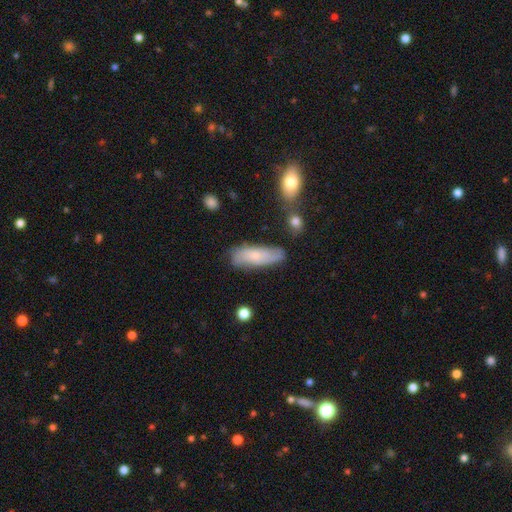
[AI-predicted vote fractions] The model was most divided on "how rounded": in between: 61%, cigar-shaped: 36%, round: 2%. More confident: merging — none (64%); smooth or featured — smooth (61%).